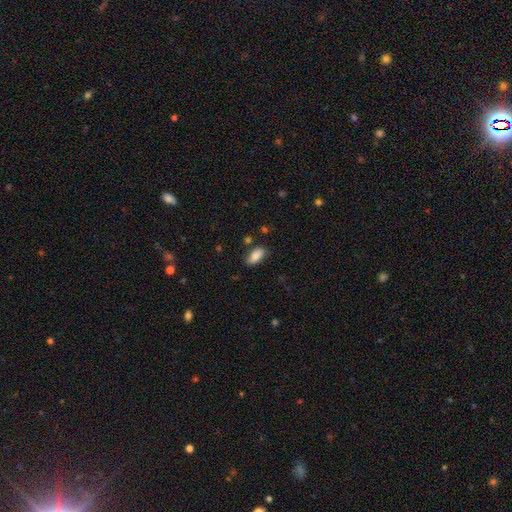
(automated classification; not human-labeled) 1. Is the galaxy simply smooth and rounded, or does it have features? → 85% smooth, 8% featured or disk, 7% star or artifact.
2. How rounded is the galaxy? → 91% in between, 6% cigar-shaped, 3% round.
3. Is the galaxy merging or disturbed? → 79% none, 15% minor disturbance, 3% major disturbance, 3% merger.